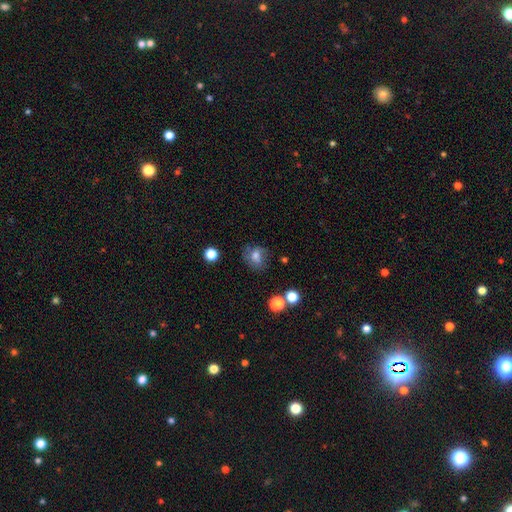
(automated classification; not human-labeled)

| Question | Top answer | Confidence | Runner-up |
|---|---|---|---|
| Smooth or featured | smooth | 68% | featured or disk (18%) |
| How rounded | round | 54% | in between (44%) |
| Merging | none | 62% | minor disturbance (24%) |